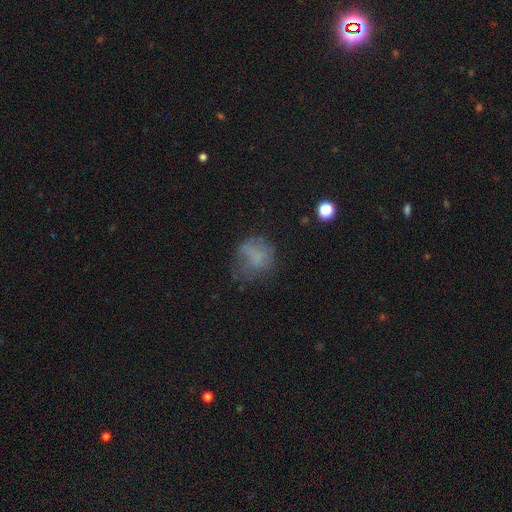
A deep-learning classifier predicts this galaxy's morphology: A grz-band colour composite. It shows a smooth galaxy with no disk features (61%) that is round (71%). Merging: none (47%).